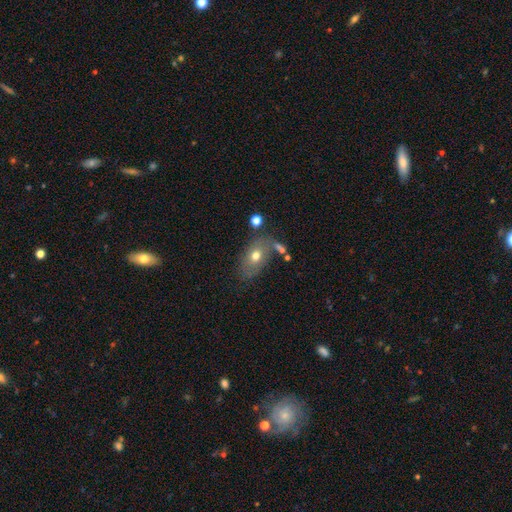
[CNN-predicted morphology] smooth-or-featured: smooth: 64% | featured or disk: 26% | star or artifact: 10%
  how-rounded: in between: 84% | round: 14% | cigar-shaped: 3%
  merging: none: 61% | minor disturbance: 20% | merger: 11% | major disturbance: 9%